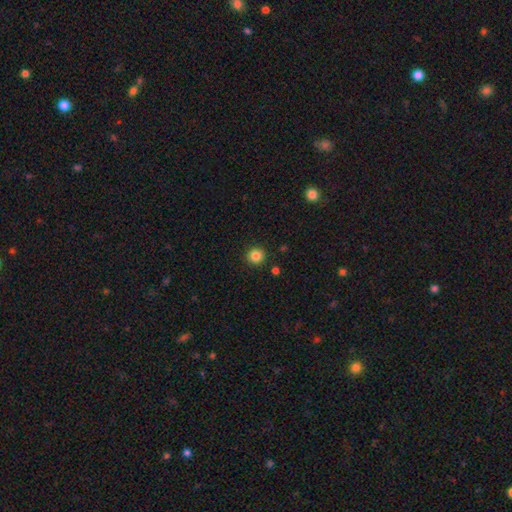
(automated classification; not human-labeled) smooth-or-featured: smooth: 85% | star or artifact: 11% | featured or disk: 4%
  how-rounded: round: 94% | in between: 5% | cigar-shaped: 1%
  merging: none: 91% | minor disturbance: 5% | major disturbance: 2% | merger: 2%